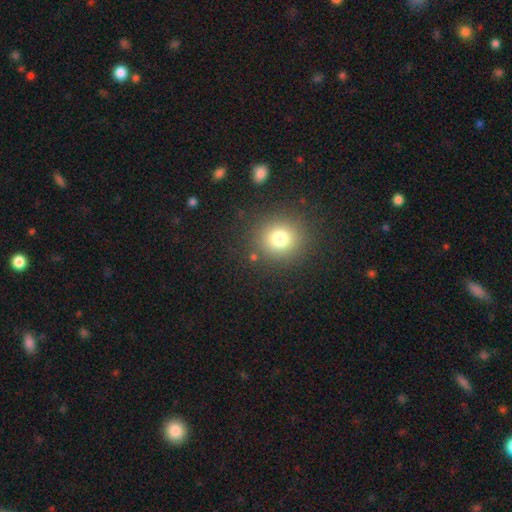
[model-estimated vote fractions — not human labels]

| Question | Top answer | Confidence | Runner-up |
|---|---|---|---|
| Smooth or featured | smooth | 75% | star or artifact (18%) |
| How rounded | round | 90% | in between (9%) |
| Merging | none | 90% | minor disturbance (6%) |